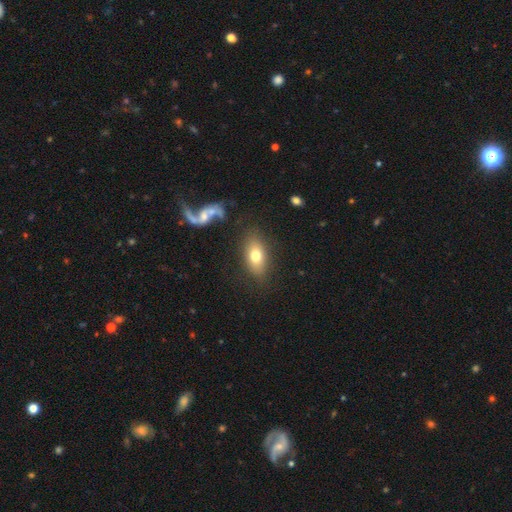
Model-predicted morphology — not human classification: A smooth galaxy with no disk features (72%) that is in between round and cigar-shaped (85%).

Vote fractions:
- Smooth or featured? smooth: 72% / featured or disk: 20% / star or artifact: 8%
- How rounded? in between: 85% / round: 9% / cigar-shaped: 6%
- Merging? none: 80% / minor disturbance: 12% / major disturbance: 4% / merger: 3%